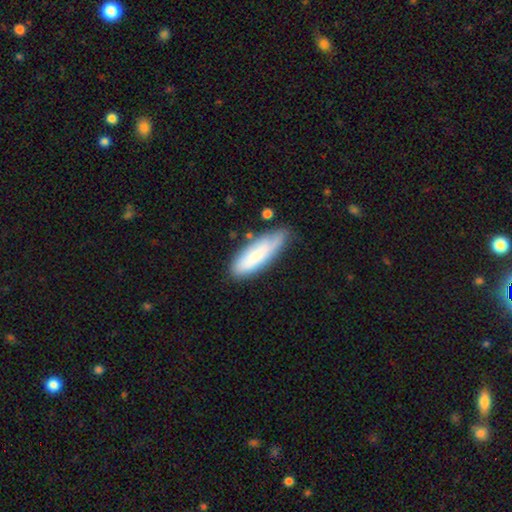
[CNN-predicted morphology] Smooth or featured? Predicted: smooth (p=0.74). How rounded? Predicted: in between (p=0.50). Merging? Predicted: none (p=0.66).